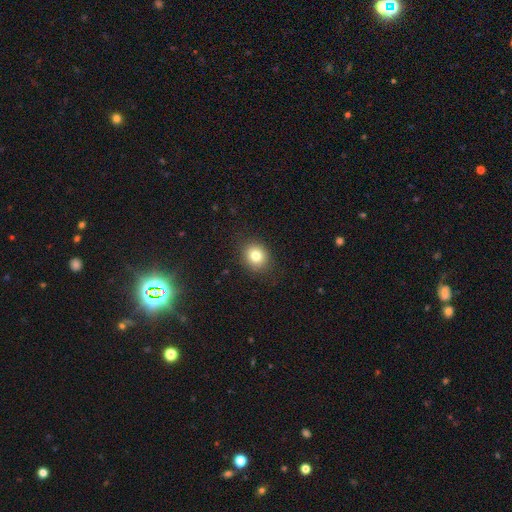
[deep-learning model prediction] Smooth or featured?
  - smooth: 80% *
  - star or artifact: 11%
  - featured or disk: 9%
How rounded?
  - round: 75% *
  - in between: 24%
  - cigar-shaped: 1%
Merging?
  - none: 88% *
  - minor disturbance: 9%
  - major disturbance: 3%
  - merger: 1%